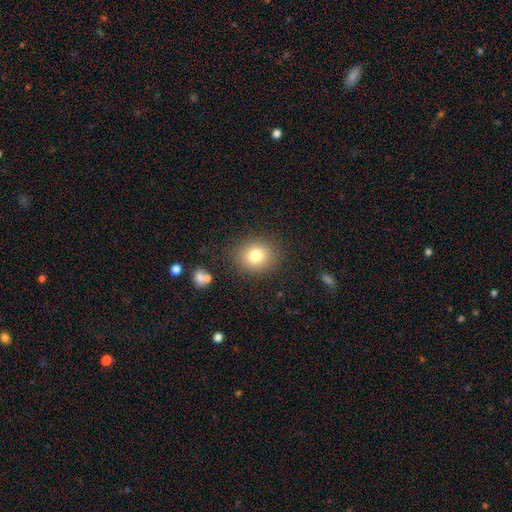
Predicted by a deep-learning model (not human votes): smooth 79%, star or artifact 12%, featured or disk 10%. Down the decision tree: how rounded — round (70%); merging — none (85%).